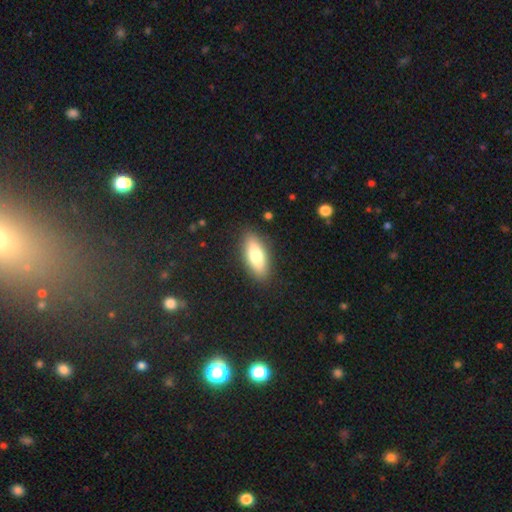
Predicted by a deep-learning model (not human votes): smooth 75%, featured or disk 19%, star or artifact 6%. Down the decision tree: how rounded — in between (72%); merging — none (88%).